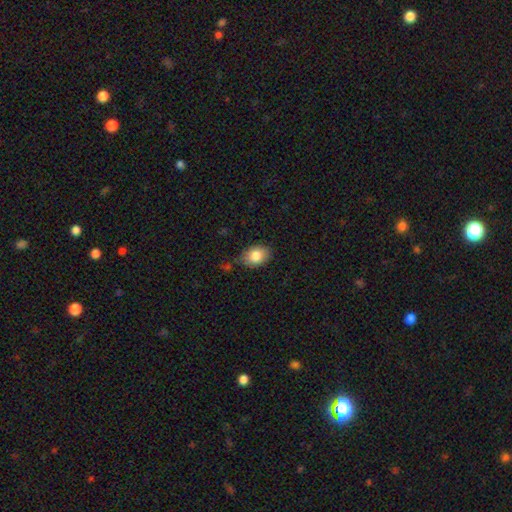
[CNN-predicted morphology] A smooth galaxy with no disk features (83%) that is in between round and cigar-shaped (74%). Merging: none (75%).